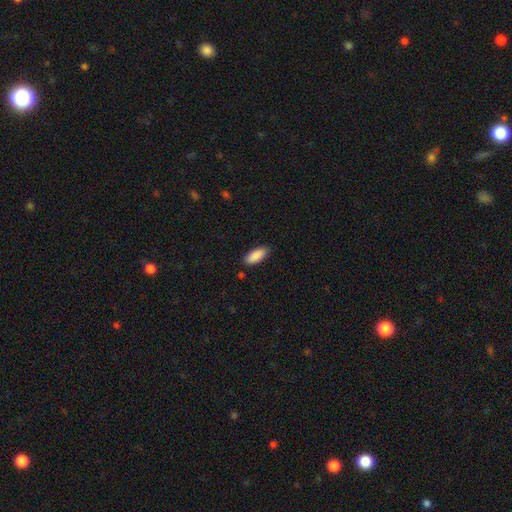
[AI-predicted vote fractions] smooth-or-featured: smooth: 90% | star or artifact: 6% | featured or disk: 4%
  how-rounded: in between: 82% | cigar-shaped: 16% | round: 2%
  merging: none: 86% | minor disturbance: 10% | major disturbance: 2% | merger: 1%